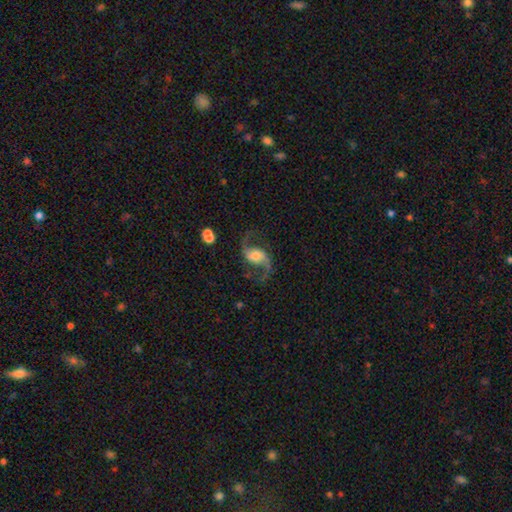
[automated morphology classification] Smooth or featured?
  - featured or disk: 89% *
  - smooth: 6%
  - star or artifact: 6%
Edge-on disk?
  - no: 97% *
  - yes: 3%
Bar?
  - weak: 42% *
  - no: 38%
  - strong: 20%
Spiral arms?
  - yes: 97% *
  - no: 3%
Spiral winding?
  - loose: 72% *
  - medium: 24%
  - tight: 4%
Spiral arm count?
  - 2: 94% *
  - 1: 2%
  - can't tell: 1%
  - 3: 1%
  - 4: 1%
  - more than 4: 1%
Bulge size?
  - moderate: 54% *
  - small: 26%
  - large: 15%
  - none: 3%
  - dominant: 2%
Merging?
  - none: 77% *
  - minor disturbance: 12%
  - major disturbance: 9%
  - merger: 2%